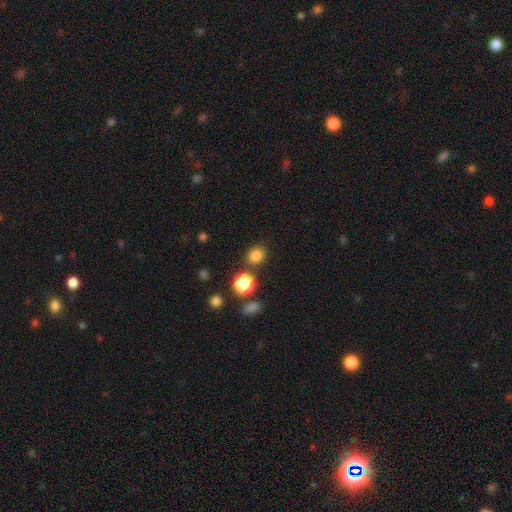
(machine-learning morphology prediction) Smooth or featured? smooth (81%)
How rounded? round (64%)
Merging? none (81%)